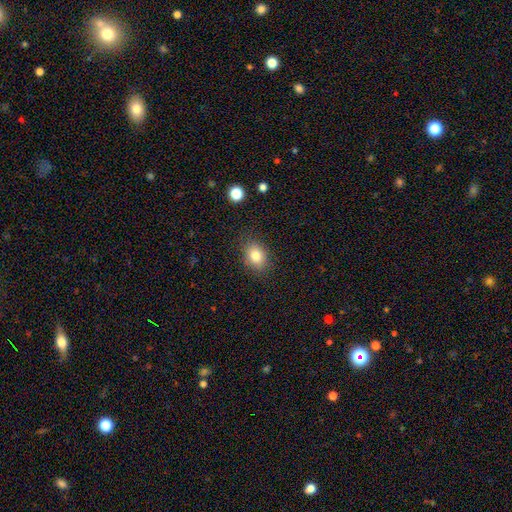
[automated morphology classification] Smooth or featured? smooth (81%)
How rounded? in between (63%)
Merging? none (84%)